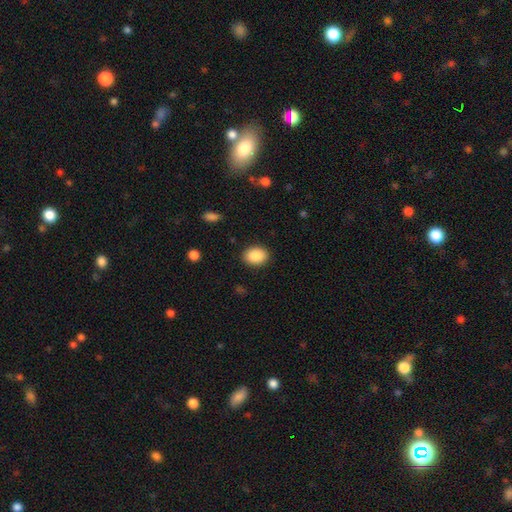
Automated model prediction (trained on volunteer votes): Overall: smooth (89%). How rounded: in between (70%). Merging: none (88%).